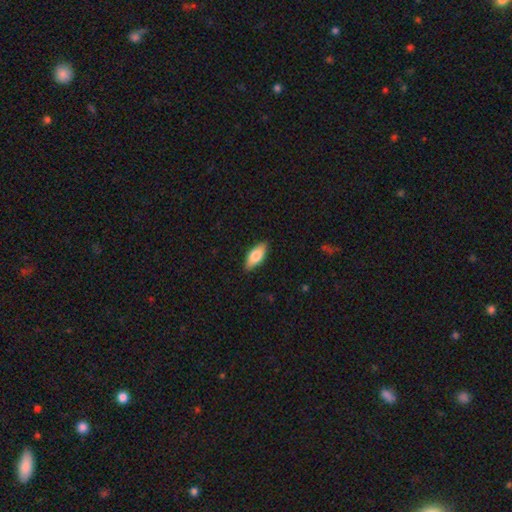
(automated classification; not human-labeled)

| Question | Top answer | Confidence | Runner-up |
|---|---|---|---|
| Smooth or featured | smooth | 78% | featured or disk (16%) |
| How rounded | in between | 83% | cigar-shaped (14%) |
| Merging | none | 88% | minor disturbance (10%) |